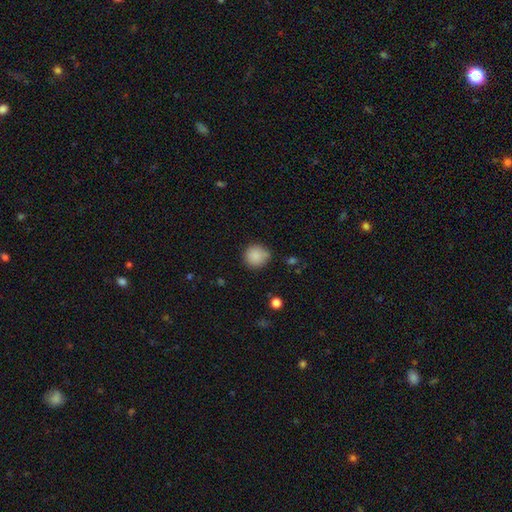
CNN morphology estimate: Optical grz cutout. It shows a smooth galaxy with no disk features (87%) that is round (91%). Merging: none (75%).